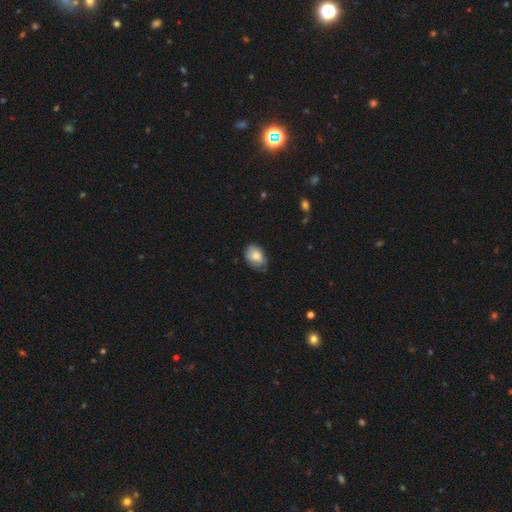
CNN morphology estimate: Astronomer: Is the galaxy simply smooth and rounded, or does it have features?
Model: smooth — 77%.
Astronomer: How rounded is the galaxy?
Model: in between — 83%.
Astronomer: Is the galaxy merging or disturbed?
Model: none — 56% (runner-up: minor disturbance, 36%).